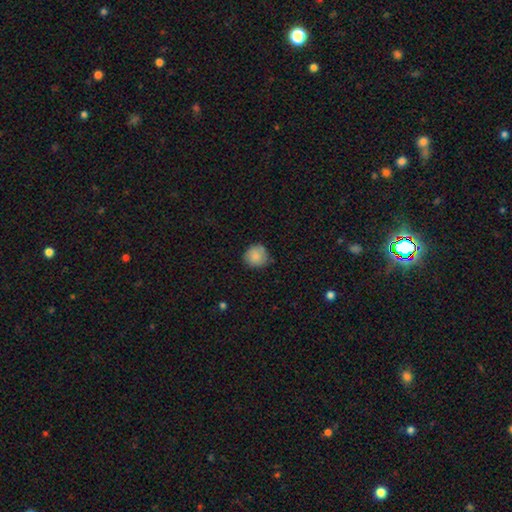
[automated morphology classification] A smooth galaxy with no disk features (83%) that is round (89%). Merging: none (77%).